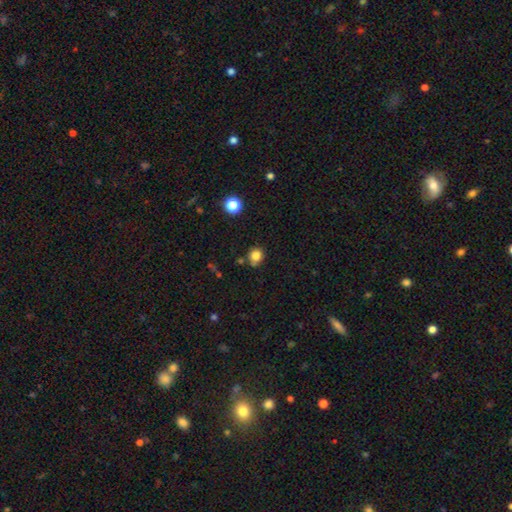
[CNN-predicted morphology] Smooth or featured?
  - smooth: 82% *
  - star or artifact: 12%
  - featured or disk: 6%
How rounded?
  - round: 81% *
  - in between: 18%
  - cigar-shaped: 1%
Merging?
  - none: 72% *
  - minor disturbance: 16%
  - merger: 8%
  - major disturbance: 4%